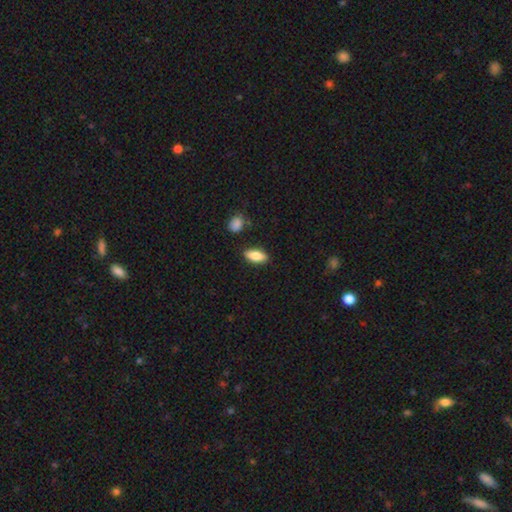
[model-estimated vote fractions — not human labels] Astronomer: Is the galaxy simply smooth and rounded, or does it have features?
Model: smooth — 83%.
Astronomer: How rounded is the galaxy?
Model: in between — 83%.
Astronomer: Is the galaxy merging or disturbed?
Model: none — 85%.